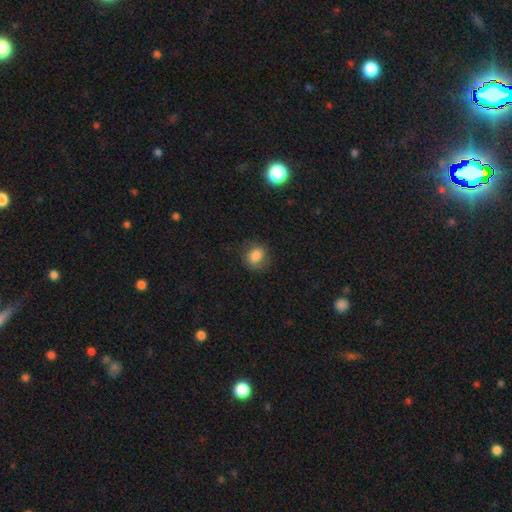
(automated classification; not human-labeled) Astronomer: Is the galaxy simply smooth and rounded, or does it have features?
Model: smooth — 81%.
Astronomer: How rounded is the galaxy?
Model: round — 51% (runner-up: in between, 47%).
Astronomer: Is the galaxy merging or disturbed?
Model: none — 75%.